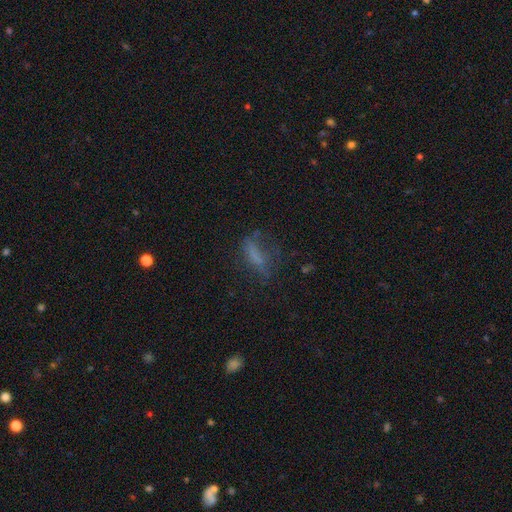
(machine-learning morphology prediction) smooth 54%, featured or disk 27%, star or artifact 19%. Down the decision tree: how rounded — in between (49%); merging — none (47%).